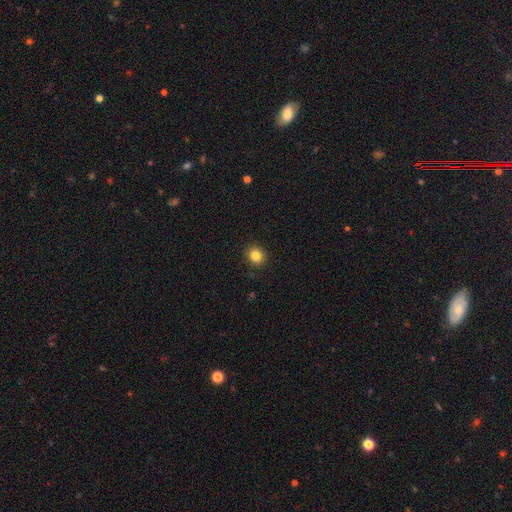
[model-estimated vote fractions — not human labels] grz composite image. It shows a smooth galaxy with no disk features (84%) that is round (80%). Merging: none (91%).